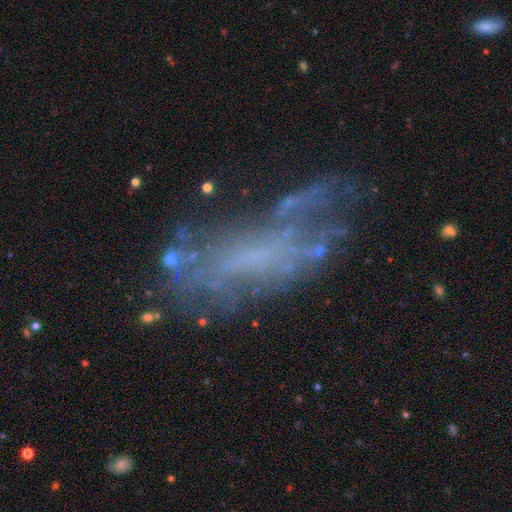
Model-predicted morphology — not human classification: Smooth or featured: featured or disk — 60% (smooth — 23%)
Edge-on disk: no — 88% (yes — 12%)
Bar: no — 75% (weak — 18%)
Spiral arms: no — 67% (yes — 33%)
Bulge size: none — 68% (small — 18%)
Merging: none — 46% (major disturbance — 26%)